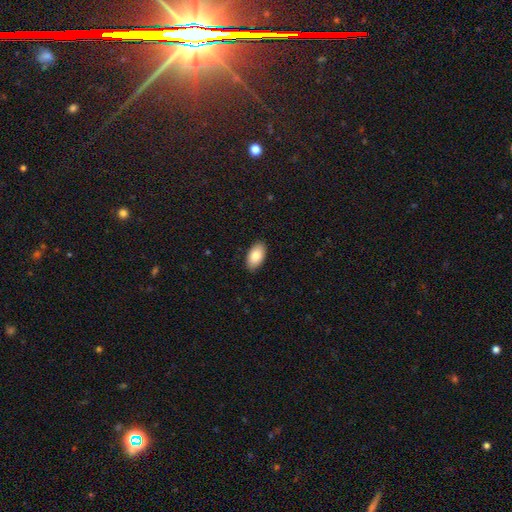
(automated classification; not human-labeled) Morphology: type=smooth (85%); roundness=in between (95%); merging=none (89%).